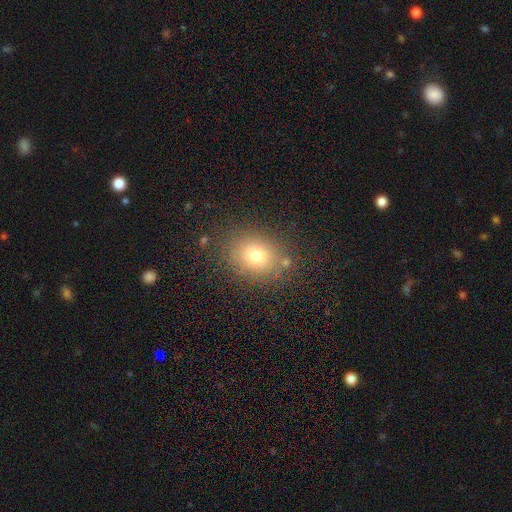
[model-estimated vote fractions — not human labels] smooth_or_featured: smooth (p=0.73) [alt: star or artifact p=0.15]
how_rounded: round (p=0.53) [alt: in between p=0.46]
merging: none (p=0.80) [alt: minor disturbance p=0.12]